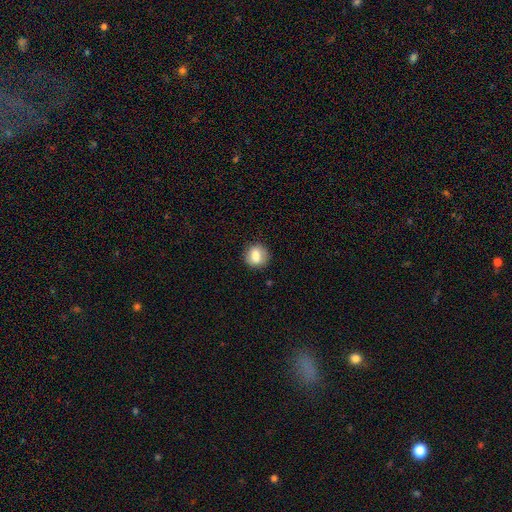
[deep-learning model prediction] The model was most divided on "how rounded": round: 76%, in between: 23%, cigar-shaped: 1%. More confident: merging — none (84%); smooth or featured — smooth (80%).